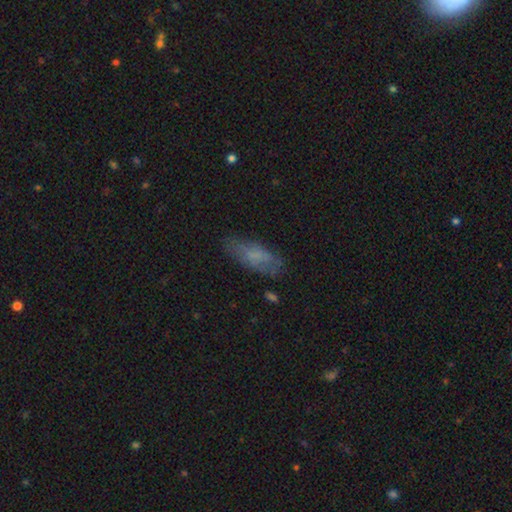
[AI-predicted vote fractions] The model was most divided on "smooth or featured": smooth: 67%, featured or disk: 24%, star or artifact: 9%. More confident: how rounded — in between (71%); merging — none (69%).